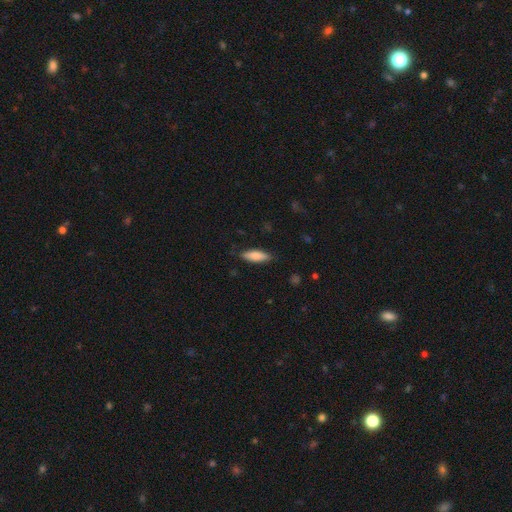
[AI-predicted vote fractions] smooth-or-featured: smooth: 80% | featured or disk: 14% | star or artifact: 6%
  how-rounded: in between: 55% | cigar-shaped: 43% | round: 2%
  merging: none: 84% | minor disturbance: 13% | major disturbance: 2% | merger: 1%